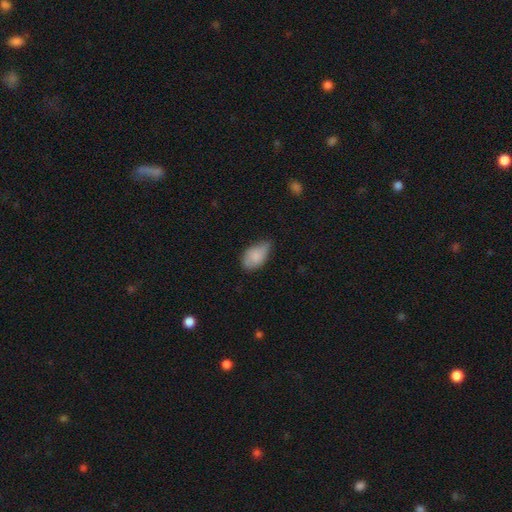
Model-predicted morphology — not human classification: smooth_or_featured: smooth (p=0.81) [alt: featured or disk p=0.11]
how_rounded: in between (p=0.92) [alt: round p=0.06]
merging: minor disturbance (p=0.49) [alt: none p=0.39]